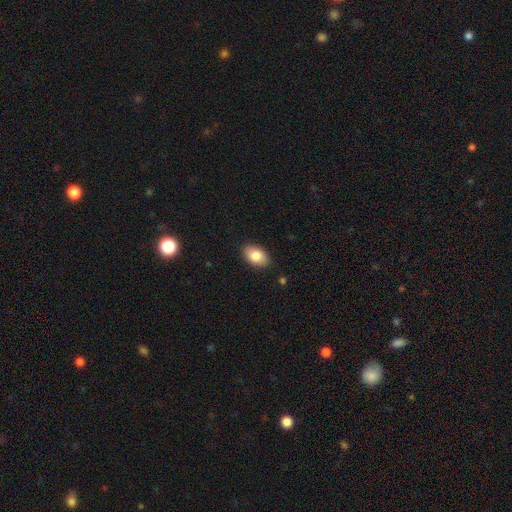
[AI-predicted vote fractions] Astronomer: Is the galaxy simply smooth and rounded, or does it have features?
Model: smooth — 85%.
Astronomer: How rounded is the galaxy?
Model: in between — 90%.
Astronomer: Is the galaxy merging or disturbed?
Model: none — 87%.